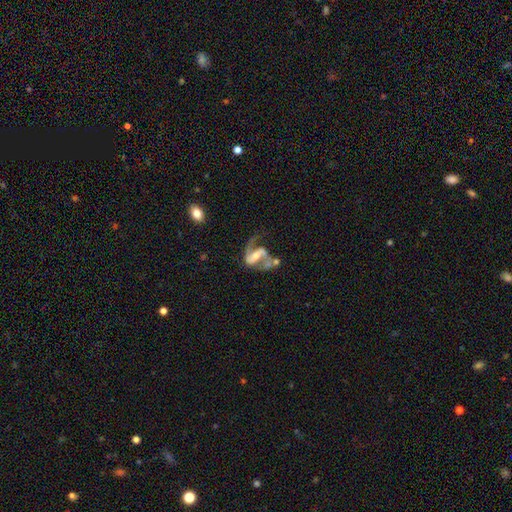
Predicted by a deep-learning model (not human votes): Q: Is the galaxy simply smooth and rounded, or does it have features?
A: featured or disk — 84%.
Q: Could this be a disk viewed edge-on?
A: no — 97%.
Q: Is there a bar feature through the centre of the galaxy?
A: strong — 40%.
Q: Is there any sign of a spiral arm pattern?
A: yes — 92%.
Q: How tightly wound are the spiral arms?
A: loose — 45%.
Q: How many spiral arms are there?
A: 2 — 78%.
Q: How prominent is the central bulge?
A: moderate — 43%.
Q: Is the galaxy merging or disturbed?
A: none — 35%.